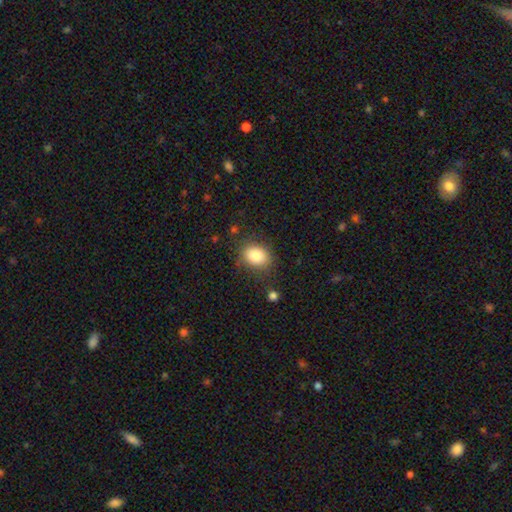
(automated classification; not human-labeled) smooth_or_featured: smooth (p=0.84) [alt: star or artifact p=0.09]
how_rounded: in between (p=0.59) [alt: round p=0.40]
merging: none (p=0.79) [alt: minor disturbance p=0.14]